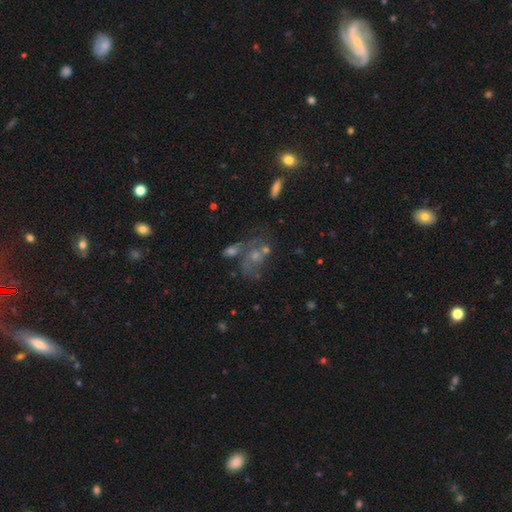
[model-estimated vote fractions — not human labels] smooth-or-featured: featured or disk: 46% | smooth: 27% | star or artifact: 27%
  merging: none: 38% | merger: 27% | major disturbance: 20% | minor disturbance: 15%